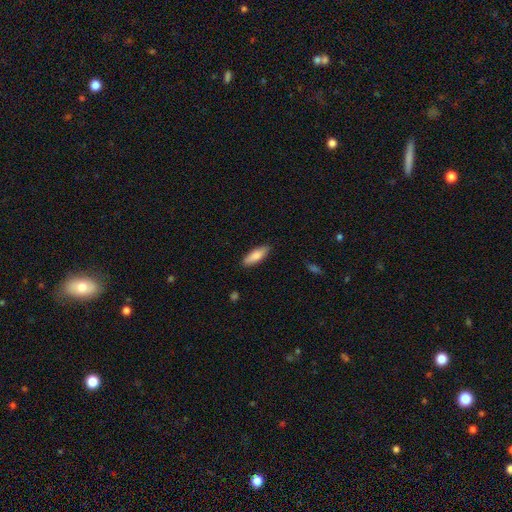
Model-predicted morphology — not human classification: Overall: smooth (82%). How rounded: in between (57%; cigar-shaped 41%). Merging: none (87%).